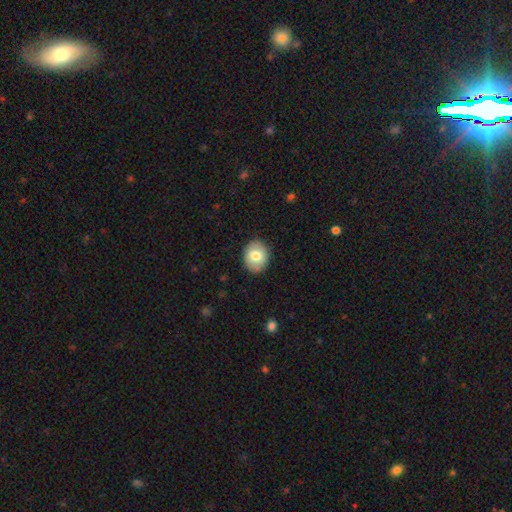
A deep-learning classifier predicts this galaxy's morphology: Overall: smooth (75%). How rounded: in between (54%; round 45%). Merging: none (87%).